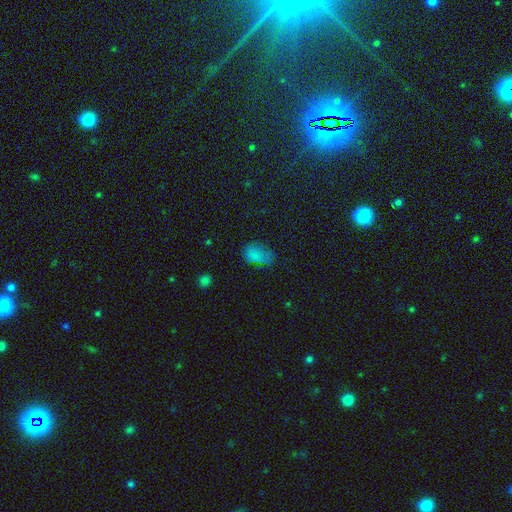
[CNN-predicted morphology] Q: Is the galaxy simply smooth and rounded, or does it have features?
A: smooth — 74%.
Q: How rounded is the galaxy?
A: in between — 86%.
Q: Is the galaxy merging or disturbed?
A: none — 49%.